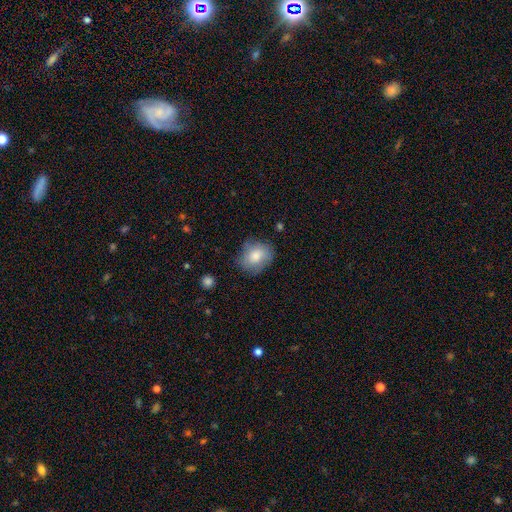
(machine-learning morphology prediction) smooth 78%, featured or disk 15%, star or artifact 7%. Down the decision tree: how rounded — round (51%); merging — none (69%).